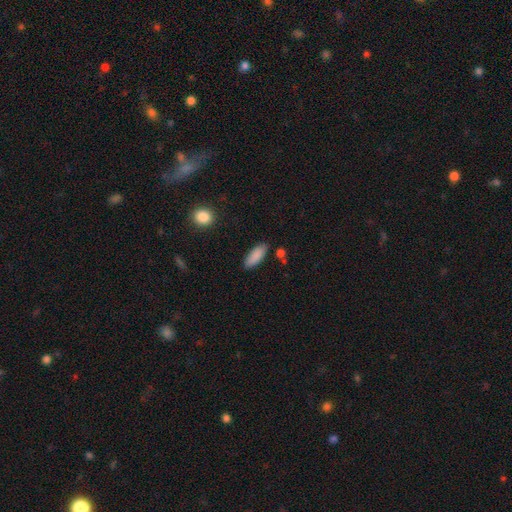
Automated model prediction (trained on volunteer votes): This appears to be a smooth galaxy with no disk features (88%) that is in between round and cigar-shaped (71%). Merging: none (85%).